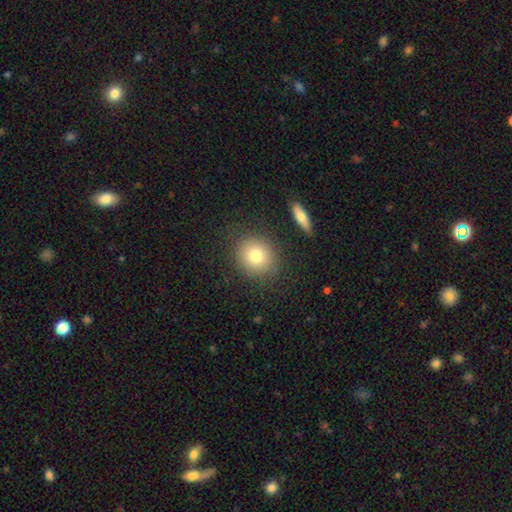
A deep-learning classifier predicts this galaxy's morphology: A smooth galaxy with no disk features (78%) that is round (81%).

Vote fractions:
- Smooth or featured? smooth: 78% / featured or disk: 12% / star or artifact: 10%
- How rounded? round: 81% / in between: 18% / cigar-shaped: 1%
- Merging? none: 84% / minor disturbance: 9% / major disturbance: 3% / merger: 3%